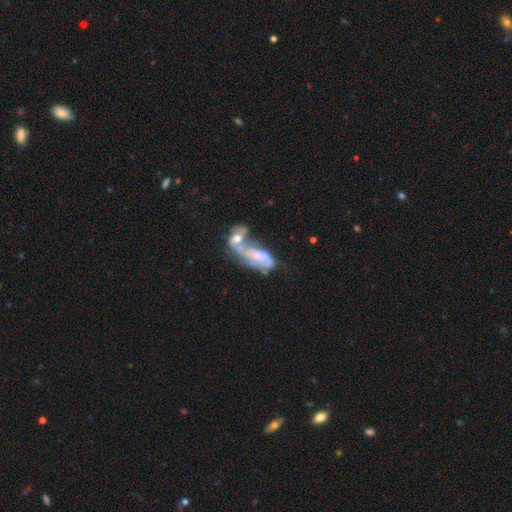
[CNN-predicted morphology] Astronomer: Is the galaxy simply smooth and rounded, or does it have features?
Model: featured or disk — 63%.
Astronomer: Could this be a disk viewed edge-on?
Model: no — 92%.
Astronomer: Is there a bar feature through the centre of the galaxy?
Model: no — 60%.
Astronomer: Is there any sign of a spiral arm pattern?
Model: yes — 50%, tied with no at 50%.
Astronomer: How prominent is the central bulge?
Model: none — 33% (runner-up: small, 31%).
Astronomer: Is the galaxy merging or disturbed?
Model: merger — 66%.